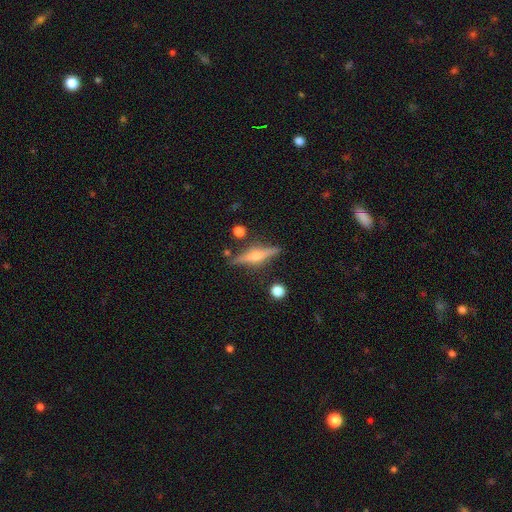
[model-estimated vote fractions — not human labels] A featured or disk galaxy (74%) viewed edge-on (97%) with a rounded central bulge (88%). Merging: none (84%).